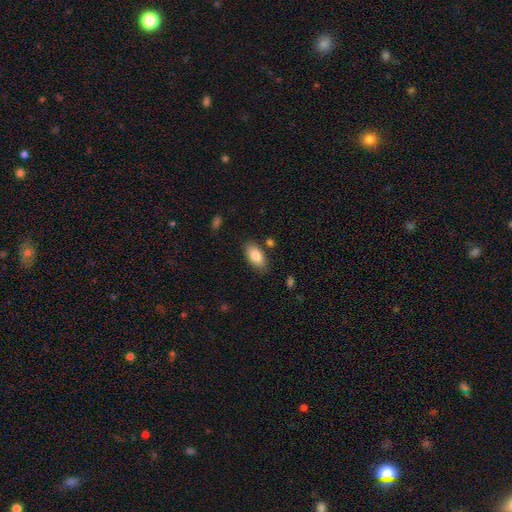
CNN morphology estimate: A smooth galaxy with no disk features (85%) that is in between round and cigar-shaped (93%). Merging: none (82%).